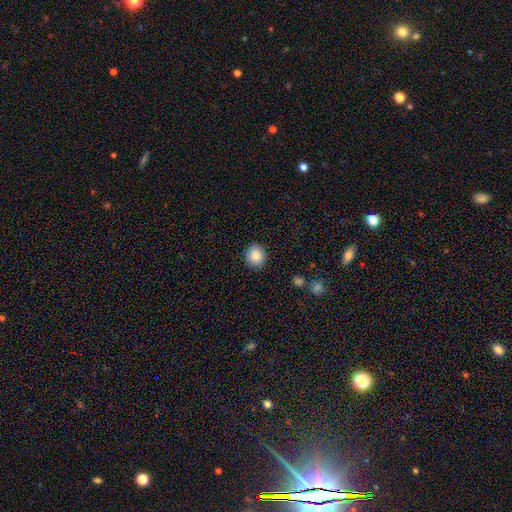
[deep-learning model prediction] This is clearly a smooth galaxy (88%). How rounded: clearly round (84%). Merging: clearly none (90%).